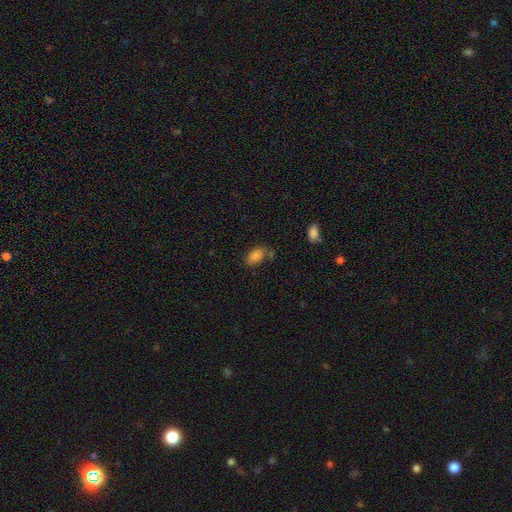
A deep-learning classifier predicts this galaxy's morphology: smooth_or_featured: smooth (p=0.85) [alt: star or artifact p=0.09]
how_rounded: in between (p=0.91) [alt: cigar-shaped p=0.05]
merging: none (p=0.68) [alt: minor disturbance p=0.17]